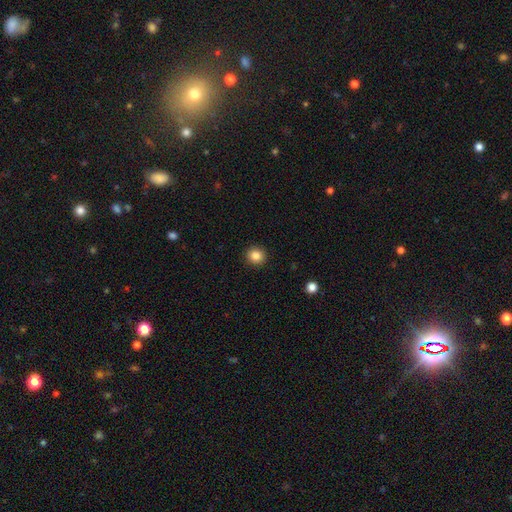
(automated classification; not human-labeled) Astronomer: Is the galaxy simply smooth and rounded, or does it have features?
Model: smooth — 85%.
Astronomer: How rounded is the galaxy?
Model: round — 90%.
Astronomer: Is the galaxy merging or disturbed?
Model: none — 92%.